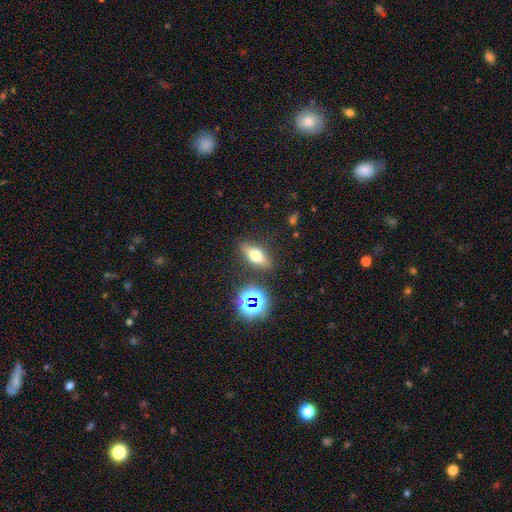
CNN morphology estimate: A smooth galaxy with no disk features (54%) that is in between round and cigar-shaped (63%).

Vote fractions:
- Smooth or featured? smooth: 54% / featured or disk: 31% / star or artifact: 15%
- How rounded? in between: 63% / cigar-shaped: 26% / round: 11%
- Merging? none: 85% / minor disturbance: 9% / merger: 3% / major disturbance: 3%